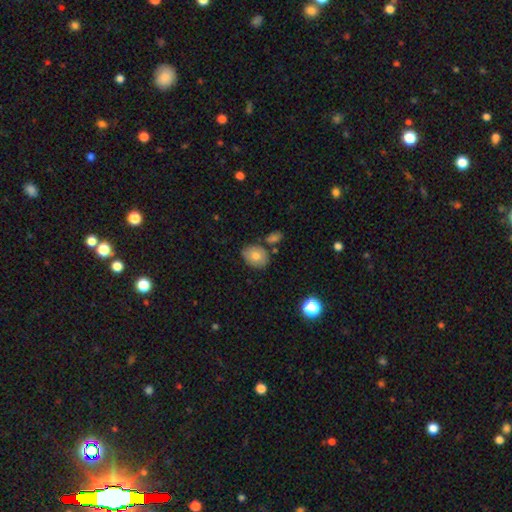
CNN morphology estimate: smooth-or-featured: smooth: 74% | featured or disk: 18% | star or artifact: 8%
  how-rounded: in between: 61% | round: 38% | cigar-shaped: 1%
  merging: none: 71% | minor disturbance: 16% | merger: 9% | major disturbance: 3%